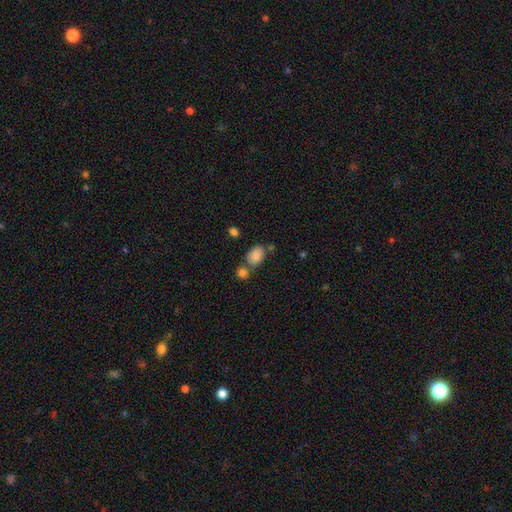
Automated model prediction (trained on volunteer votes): Smooth or featured? Predicted: smooth (p=0.84). How rounded? Predicted: in between (p=0.78). Merging? Predicted: none (p=0.56).